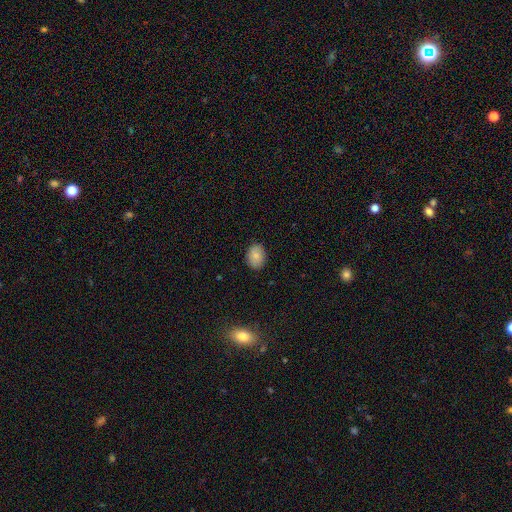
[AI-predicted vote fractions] Overall: smooth (84%). How rounded: in between (72%). Merging: none (87%).